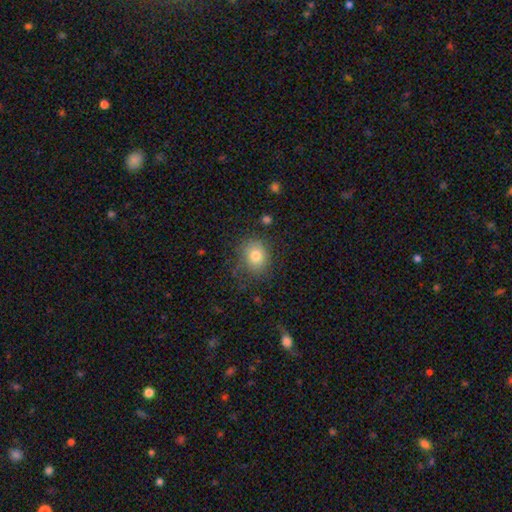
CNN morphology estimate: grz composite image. It shows a smooth galaxy with no disk features (79%) that is round (67%). Merging: none (72%).